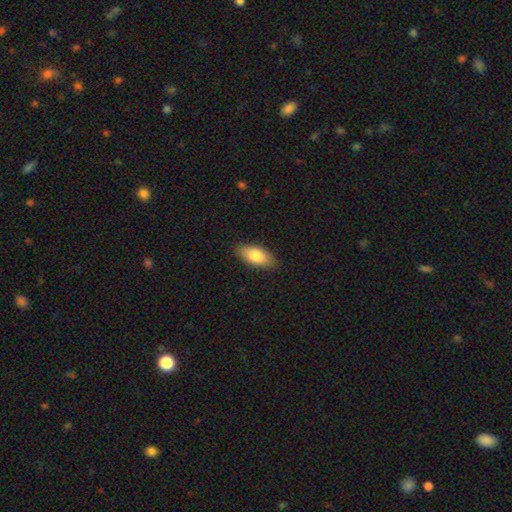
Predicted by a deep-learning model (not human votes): The model was most divided on "smooth or featured": smooth: 80%, featured or disk: 14%, star or artifact: 6%. More confident: merging — none (87%); how rounded — in between (86%).